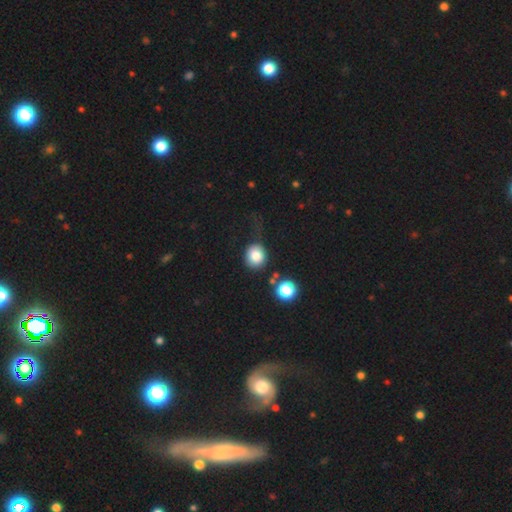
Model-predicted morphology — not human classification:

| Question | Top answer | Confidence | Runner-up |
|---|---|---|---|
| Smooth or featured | smooth | 82% | star or artifact (10%) |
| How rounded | round | 82% | in between (17%) |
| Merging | none | 63% | minor disturbance (18%) |